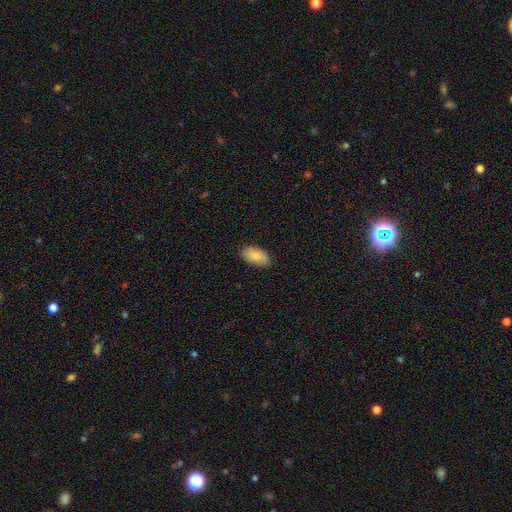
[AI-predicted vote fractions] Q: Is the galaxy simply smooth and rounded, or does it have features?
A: smooth — 84%.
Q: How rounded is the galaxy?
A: in between — 94%.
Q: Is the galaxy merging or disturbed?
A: none — 85%.